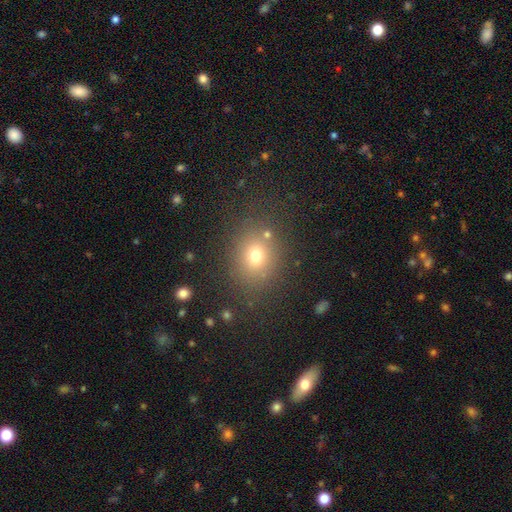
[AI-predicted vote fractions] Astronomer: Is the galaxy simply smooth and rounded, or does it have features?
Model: smooth — 71%.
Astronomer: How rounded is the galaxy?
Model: round — 61% (runner-up: in between, 38%).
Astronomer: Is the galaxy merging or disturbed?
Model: none — 79%.